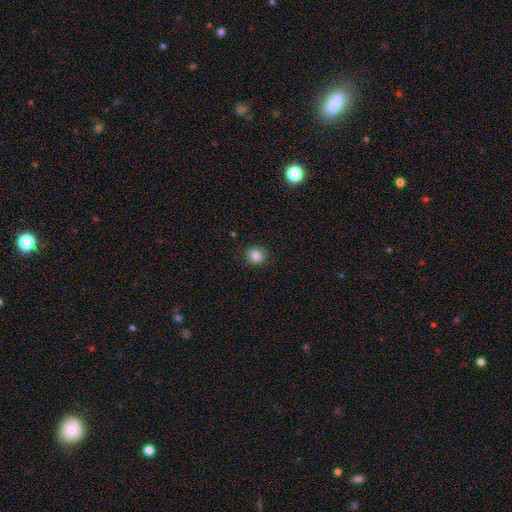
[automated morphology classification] smooth 83%, star or artifact 11%, featured or disk 6%. Down the decision tree: how rounded — round (80%); merging — none (89%).